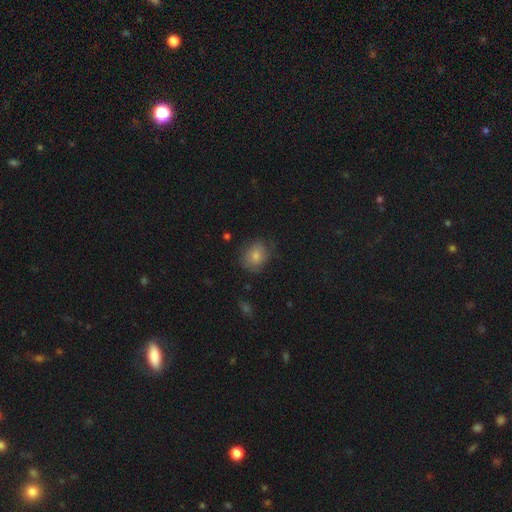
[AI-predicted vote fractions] This appears to be a smooth galaxy with no disk features (76%) that is round (58%). Merging: none (67%).